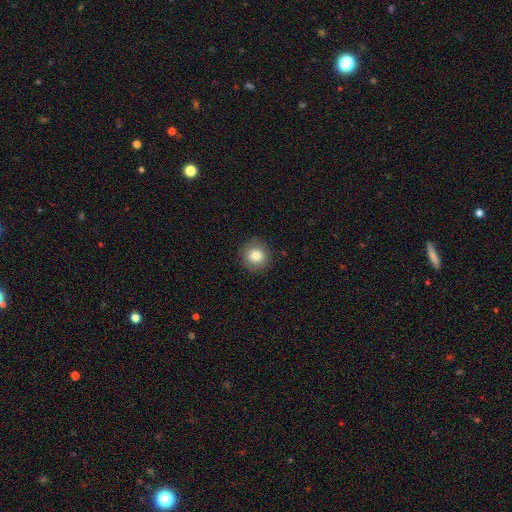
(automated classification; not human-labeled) A smooth galaxy with no disk features (82%) that is round (91%). Merging: none (90%).